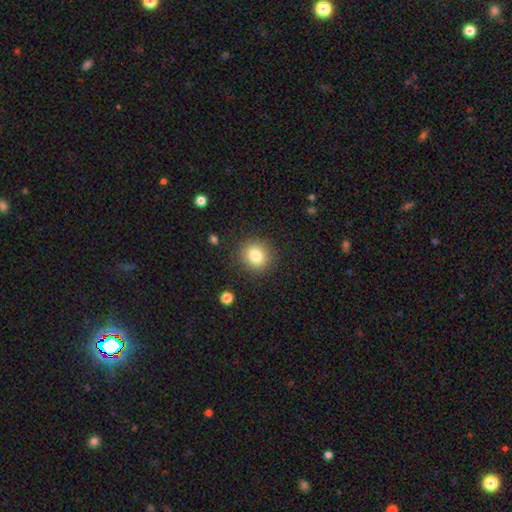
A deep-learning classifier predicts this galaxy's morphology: This is clearly a smooth galaxy (82%). How rounded: clearly round (84%). Merging: clearly none (87%).